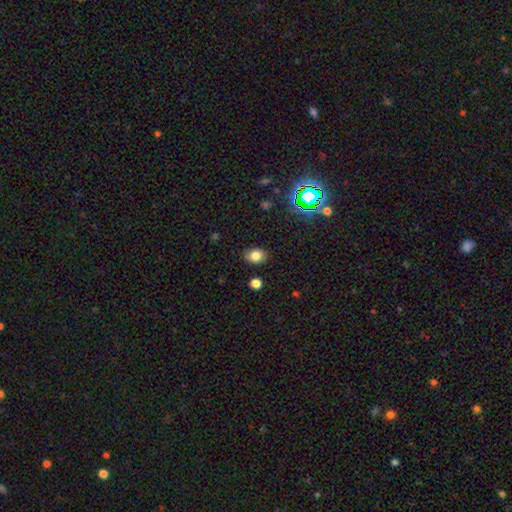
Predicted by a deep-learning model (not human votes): Smooth or featured? smooth (80%)
How rounded? in between (67%)
Merging? none (85%)